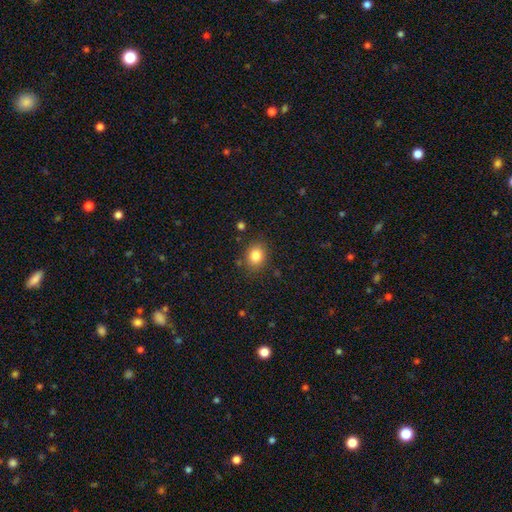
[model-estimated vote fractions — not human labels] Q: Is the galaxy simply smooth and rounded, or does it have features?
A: smooth — 83%.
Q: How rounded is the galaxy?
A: round — 61%.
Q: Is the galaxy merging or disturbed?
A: none — 83%.